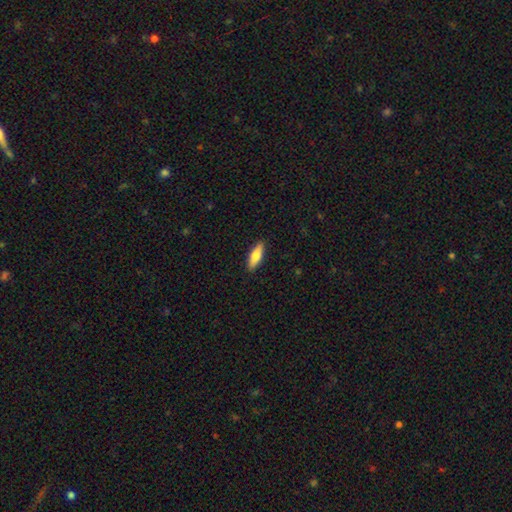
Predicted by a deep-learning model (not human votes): Smooth or featured: smooth — 74% (featured or disk — 20%)
How rounded: in between — 52% (cigar-shaped — 45%)
Merging: none — 90% (minor disturbance — 8%)